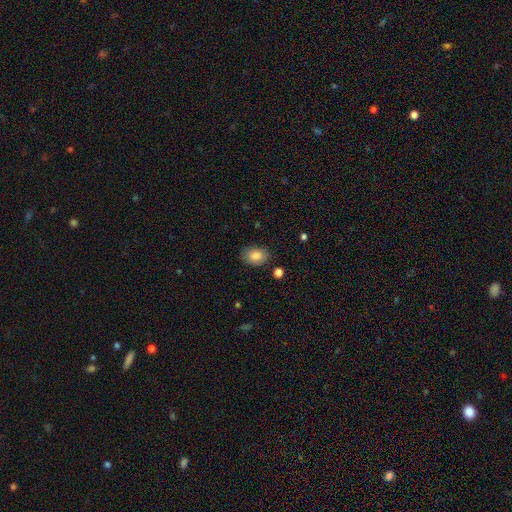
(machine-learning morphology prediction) The model was most divided on "how rounded": in between: 77%, round: 22%, cigar-shaped: 1%. More confident: smooth or featured — smooth (85%); merging — none (81%).